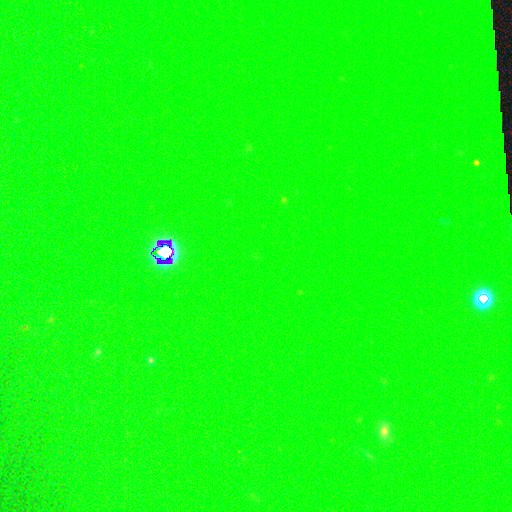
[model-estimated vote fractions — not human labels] Smooth or featured?
  - star or artifact: 75% *
  - smooth: 16%
  - featured or disk: 10%